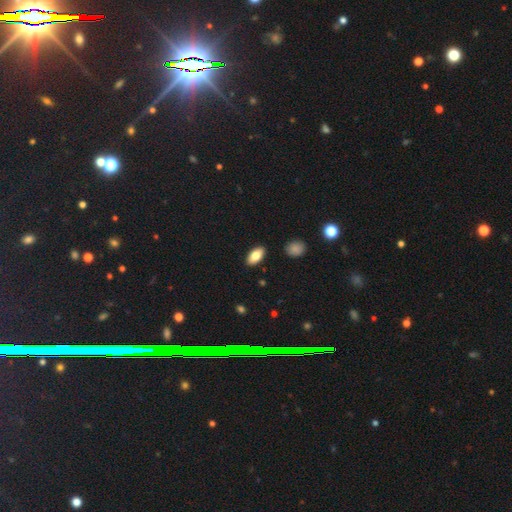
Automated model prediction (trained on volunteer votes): Overall: smooth (80%). How rounded: in between (92%). Merging: none (89%).